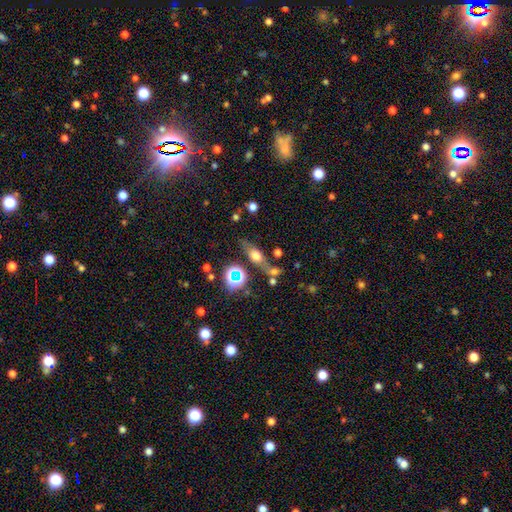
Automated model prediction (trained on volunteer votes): Smooth or featured: smooth — 47% (featured or disk — 36%)
Merging: none — 59% (minor disturbance — 17%)